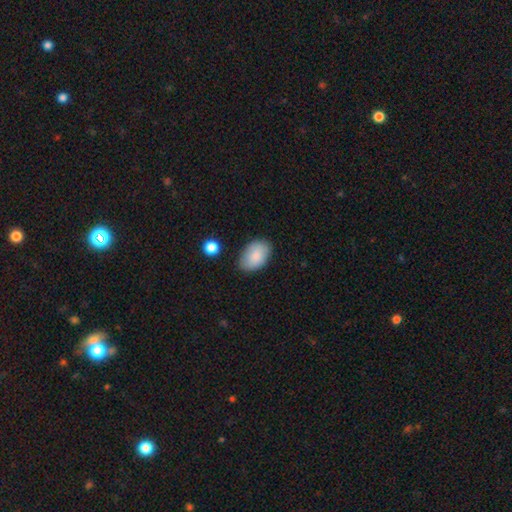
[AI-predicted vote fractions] A smooth galaxy with no disk features (86%) that is in between round and cigar-shaped (90%). Merging: none (77%).